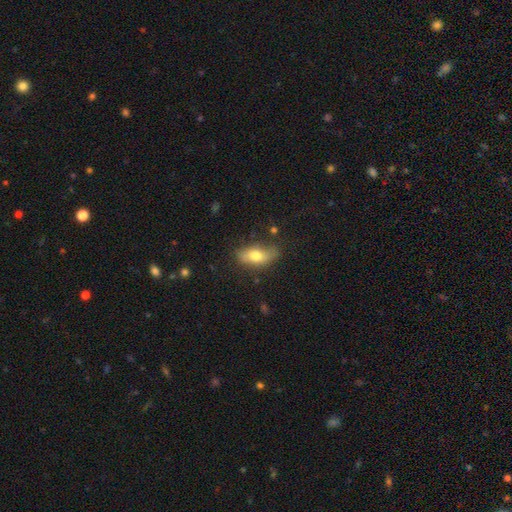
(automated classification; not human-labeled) Overall: smooth (70%). How rounded: in between (83%). Merging: none (70%).